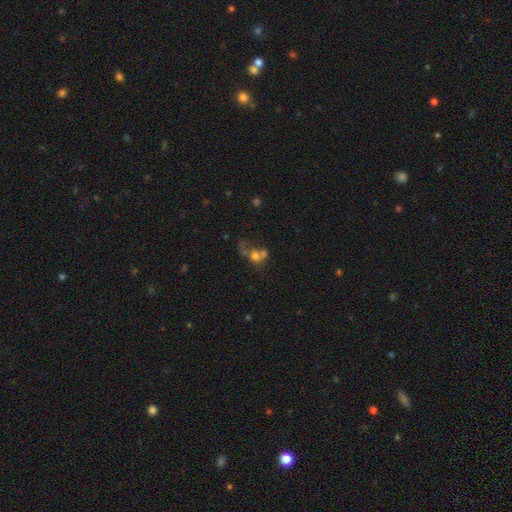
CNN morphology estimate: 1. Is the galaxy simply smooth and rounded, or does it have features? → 58% smooth, 25% featured or disk, 16% star or artifact.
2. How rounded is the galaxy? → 74% round, 24% in between, 2% cigar-shaped.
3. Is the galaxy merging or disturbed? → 53% merger, 24% none, 15% major disturbance, 8% minor disturbance.